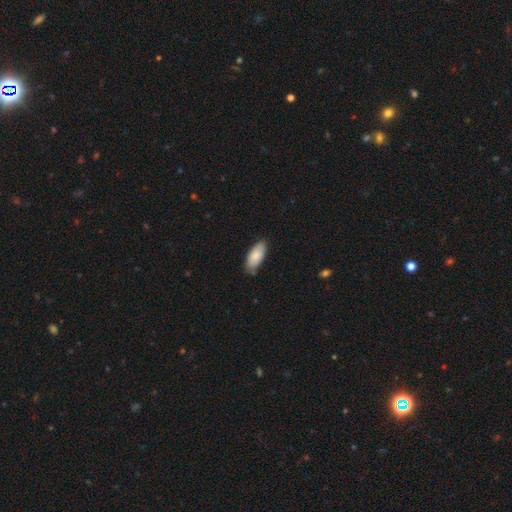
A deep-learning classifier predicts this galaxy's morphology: This appears to be a smooth galaxy with no disk features (86%) that is in between round and cigar-shaped (89%). Merging: none (77%).